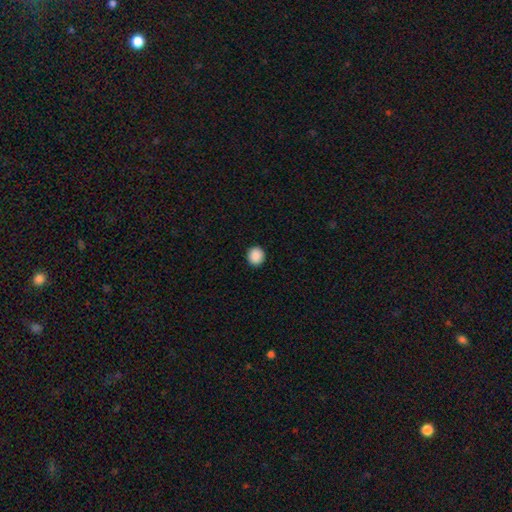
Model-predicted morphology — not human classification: type=smooth (90%); roundness=round (91%); merging=none (93%).